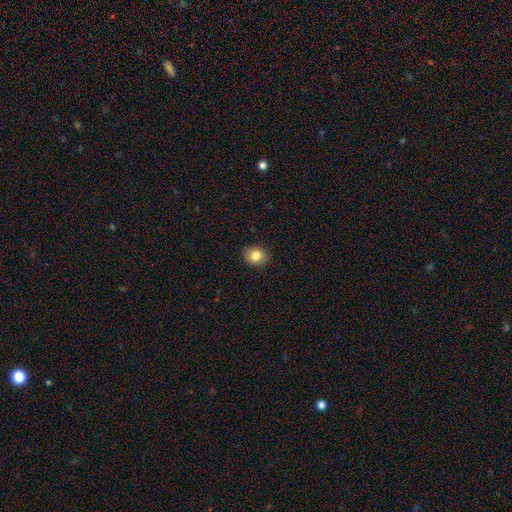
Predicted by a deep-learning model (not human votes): smooth_or_featured: smooth (p=0.83) [alt: star or artifact p=0.10]
how_rounded: round (p=0.66) [alt: in between p=0.33]
merging: none (p=0.88) [alt: minor disturbance p=0.09]